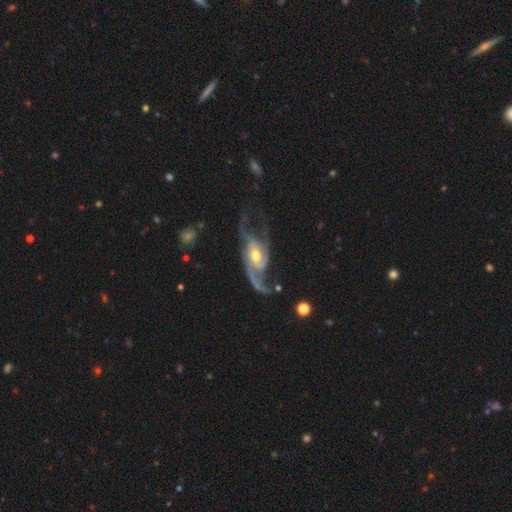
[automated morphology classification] The model was most divided on "bar": no: 45%, weak: 40%, strong: 15%. Remaining: spiral arms — yes (96%); edge-on disk — no (96%); smooth or featured — featured or disk (89%); spiral arm count — 2 (65%); bulge size — moderate (64%); spiral winding — loose (48%); merging — none (47%).